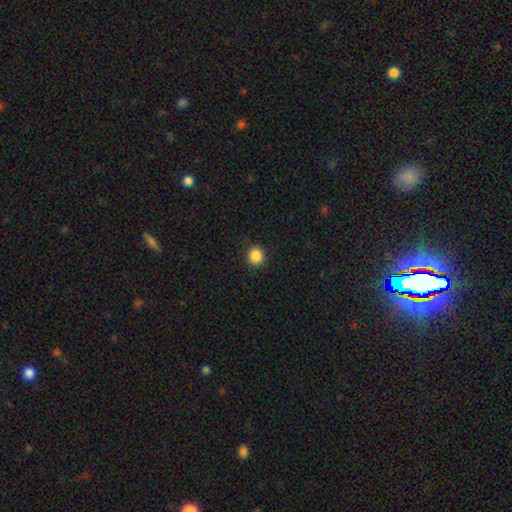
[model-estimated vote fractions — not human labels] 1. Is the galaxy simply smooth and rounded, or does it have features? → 87% smooth, 10% star or artifact, 3% featured or disk.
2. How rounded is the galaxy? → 87% round, 12% in between, 1% cigar-shaped.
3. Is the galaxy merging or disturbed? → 91% none, 6% minor disturbance, 2% major disturbance, 1% merger.